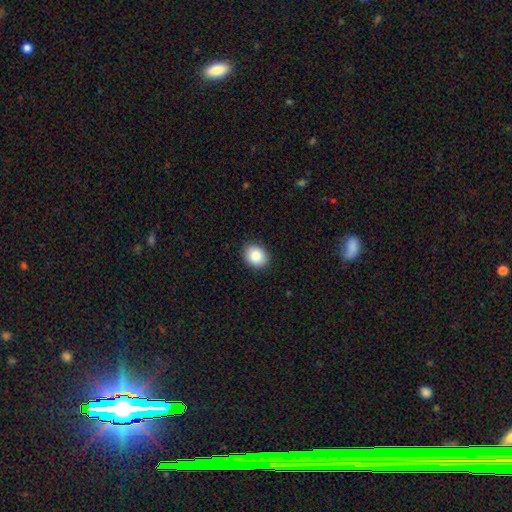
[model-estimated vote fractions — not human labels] This is clearly a smooth galaxy (85%). How rounded: possibly in between (51%). Merging: clearly none (89%).